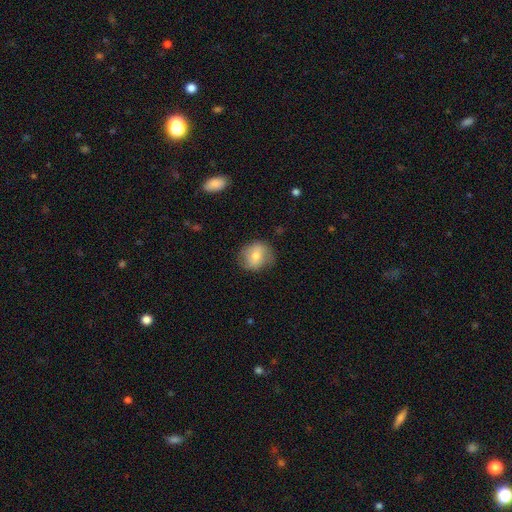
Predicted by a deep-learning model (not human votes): Smooth or featured: smooth — 67% (featured or disk — 25%)
How rounded: round — 72% (in between — 27%)
Merging: none — 73% (minor disturbance — 19%)